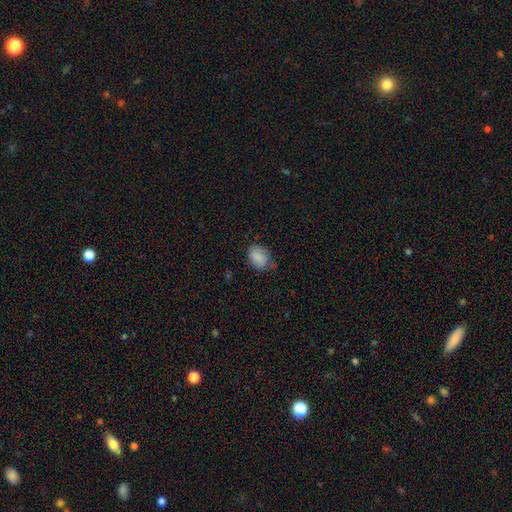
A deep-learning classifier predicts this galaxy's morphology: This is likely a smooth galaxy (80%). How rounded: likely in between (73%). Merging: likely none (66%).